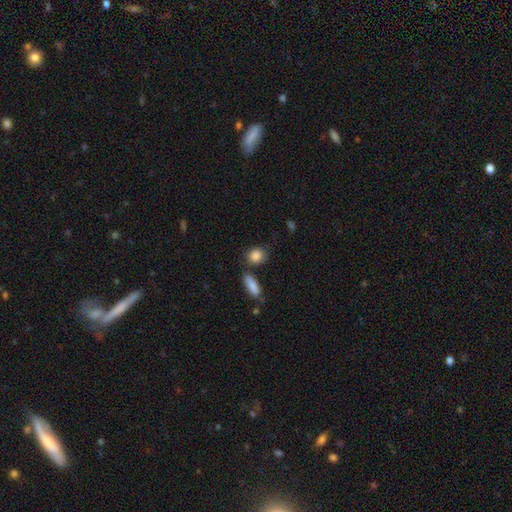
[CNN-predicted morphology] The model was most divided on "how rounded": round: 53%, in between: 42%, cigar-shaped: 5%. More confident: smooth or featured — smooth (87%); merging — none (65%).